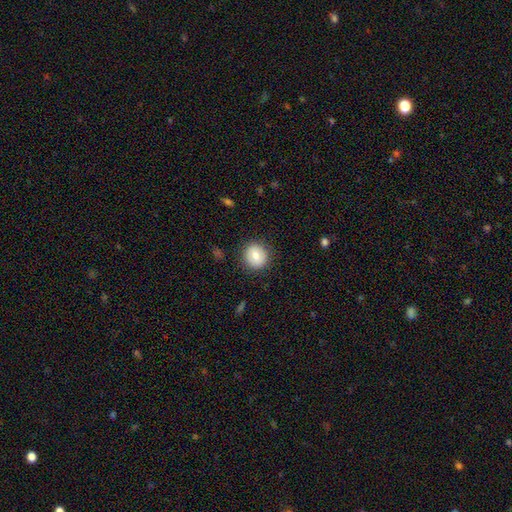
Overall: smooth (78%). How rounded: round (100%). Merging: none (86%).